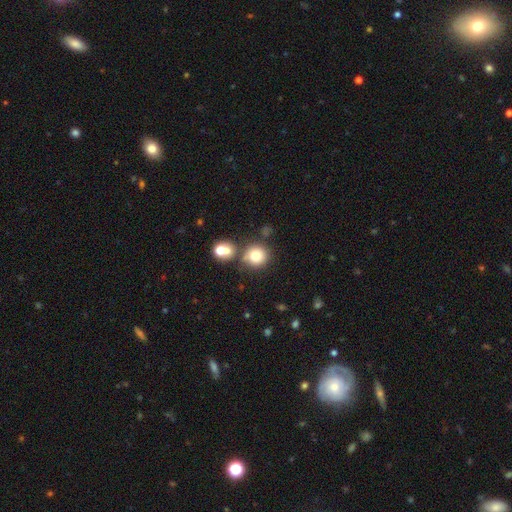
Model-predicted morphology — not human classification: Smooth or featured: smooth — 76% (star or artifact — 13%)
How rounded: round — 87% (in between — 12%)
Merging: none — 66% (merger — 19%)